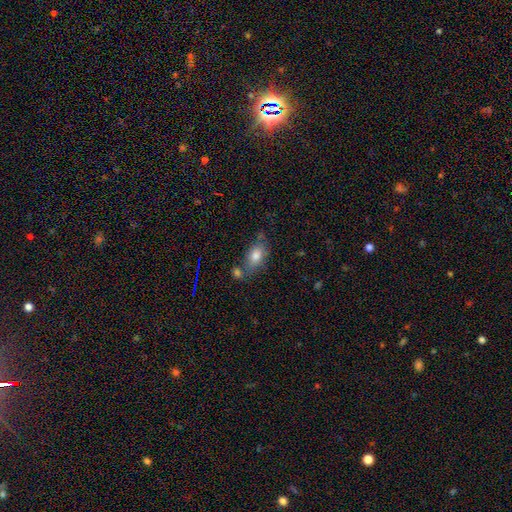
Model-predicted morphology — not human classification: Smooth or featured? Predicted: smooth (p=0.76). How rounded? Predicted: in between (p=0.86). Merging? Predicted: none (p=0.57).